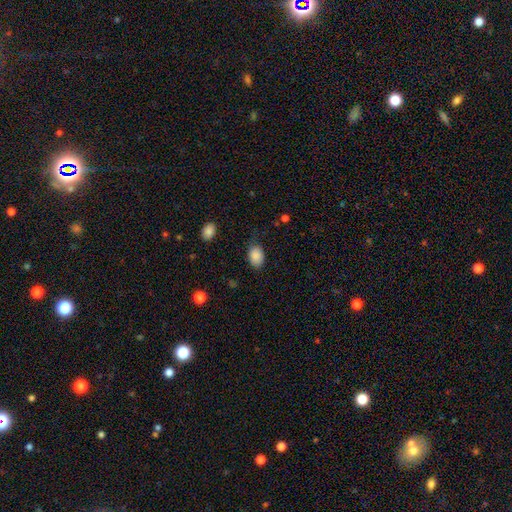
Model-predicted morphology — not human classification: smooth_or_featured: smooth (p=0.88) [alt: star or artifact p=0.08]
how_rounded: in between (p=0.83) [alt: round p=0.16]
merging: none (p=0.72) [alt: minor disturbance p=0.22]